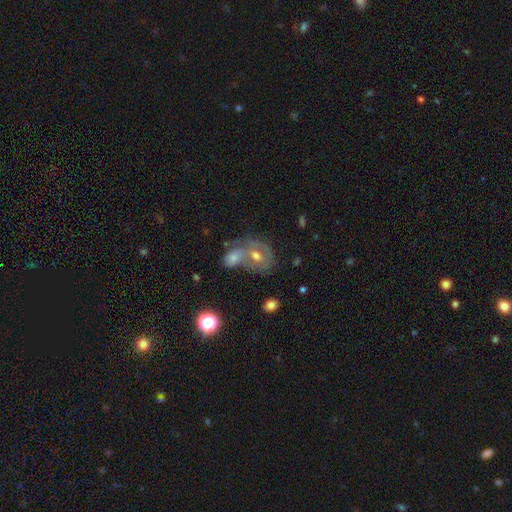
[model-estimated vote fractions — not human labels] Morphology: type=featured or disk (57%); edge-on=no (95%); bar=no (65%); spiral arms=yes (61%); bulge=moderate (70%); merging=merger (55%).